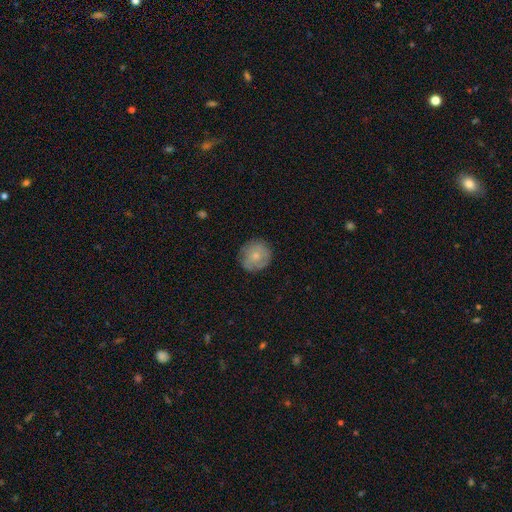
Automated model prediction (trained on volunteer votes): Smooth or featured?
  - smooth: 69% *
  - featured or disk: 24%
  - star or artifact: 7%
How rounded?
  - round: 90% *
  - in between: 9%
  - cigar-shaped: 1%
Merging?
  - none: 81% *
  - minor disturbance: 15%
  - major disturbance: 3%
  - merger: 1%